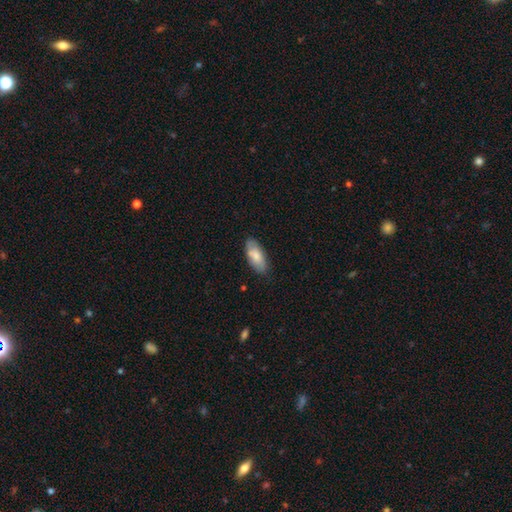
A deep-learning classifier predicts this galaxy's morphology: smooth 78%, featured or disk 16%, star or artifact 6%. Down the decision tree: how rounded — in between (87%); merging — none (79%).